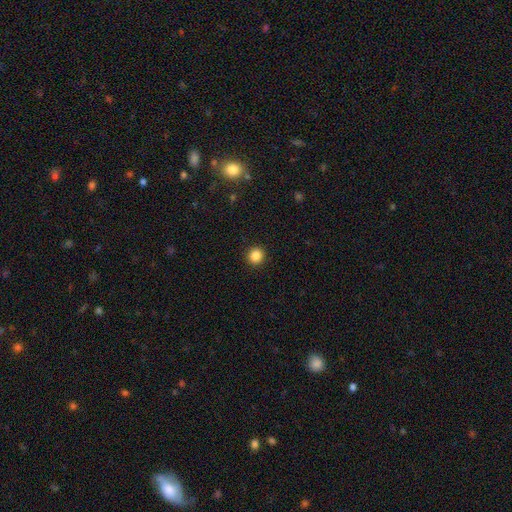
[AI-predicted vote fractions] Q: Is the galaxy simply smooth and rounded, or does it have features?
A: smooth — 86%.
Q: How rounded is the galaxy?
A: round — 91%.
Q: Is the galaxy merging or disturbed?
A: none — 92%.